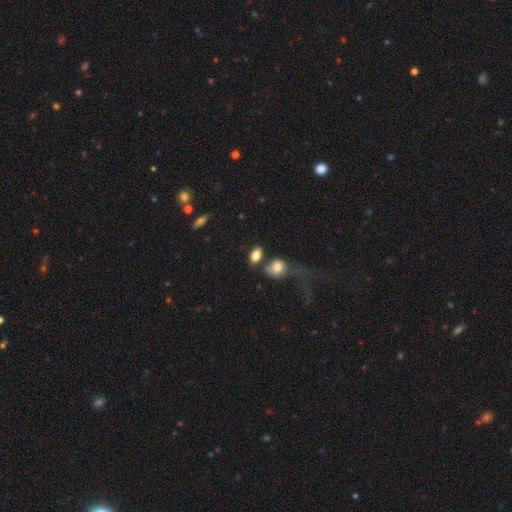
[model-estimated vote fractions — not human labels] This is clearly a smooth galaxy (81%). How rounded: clearly in between (87%). Merging: likely none (63%).